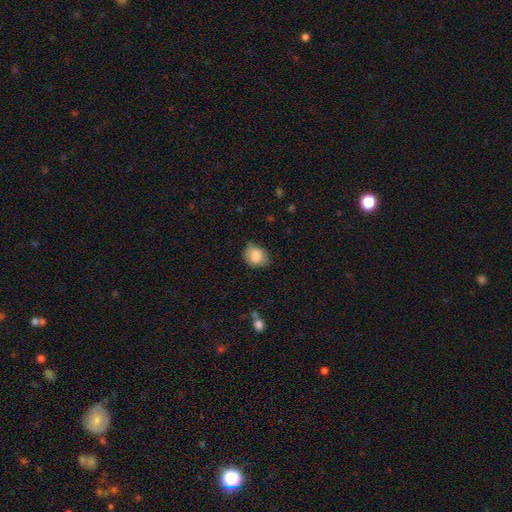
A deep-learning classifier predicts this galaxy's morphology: smooth 84%, featured or disk 8%, star or artifact 8%. Down the decision tree: how rounded — round (55%); merging — none (71%).